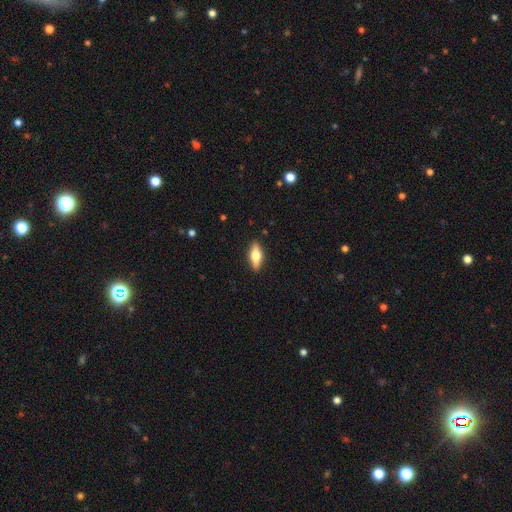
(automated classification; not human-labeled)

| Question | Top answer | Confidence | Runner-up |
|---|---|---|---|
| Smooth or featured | smooth | 50% | featured or disk (44%) |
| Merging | none | 89% | minor disturbance (8%) |